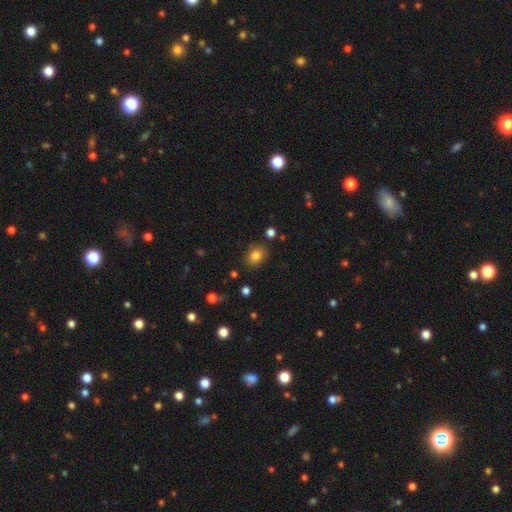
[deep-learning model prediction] This appears to be a smooth galaxy with no disk features (82%) that is in between round and cigar-shaped (50%). Merging: none (83%).